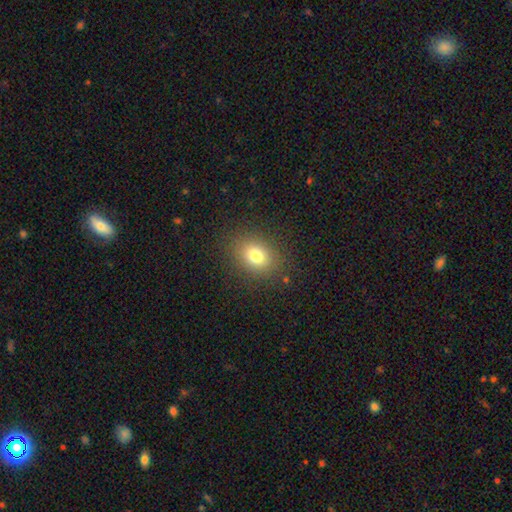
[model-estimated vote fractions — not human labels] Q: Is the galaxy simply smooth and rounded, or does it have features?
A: smooth — 76%.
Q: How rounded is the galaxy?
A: in between — 55%.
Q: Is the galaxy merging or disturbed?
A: none — 86%.